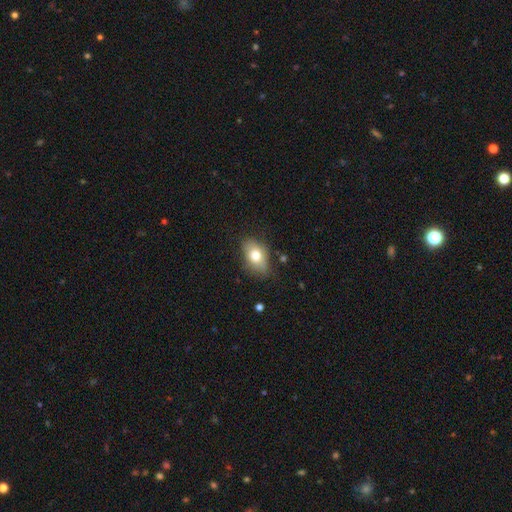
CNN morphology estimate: Q: Smooth or featured?
A: smooth (73%); runner-up: featured or disk (18%)
Q: How rounded?
A: in between (85%); runner-up: round (13%)
Q: Merging?
A: none (70%); runner-up: minor disturbance (22%)